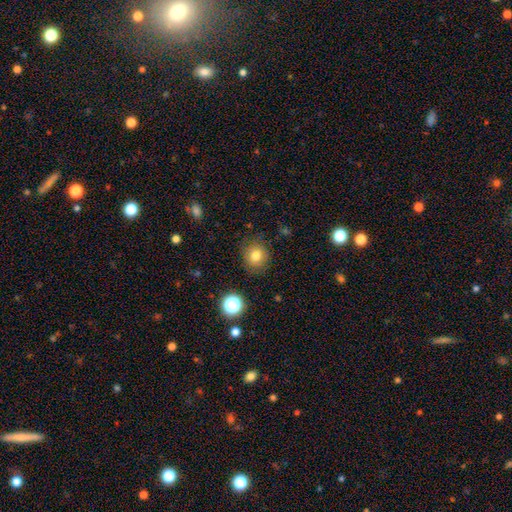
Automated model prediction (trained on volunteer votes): Q: Smooth or featured?
A: smooth (78%); runner-up: star or artifact (13%)
Q: How rounded?
A: round (83%); runner-up: in between (16%)
Q: Merging?
A: none (83%); runner-up: minor disturbance (12%)